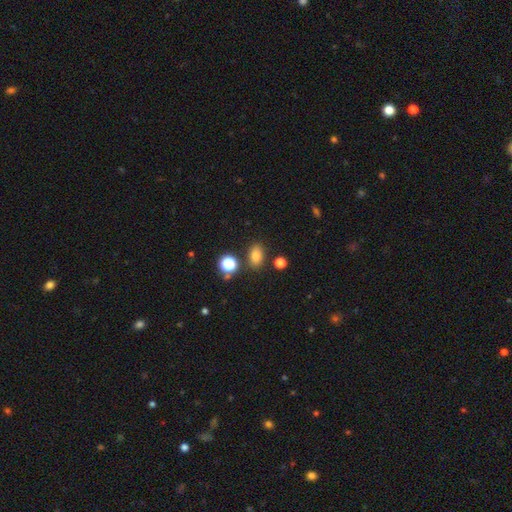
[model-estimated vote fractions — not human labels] smooth_or_featured: smooth (p=0.79) [alt: star or artifact p=0.15]
how_rounded: in between (p=0.76) [alt: round p=0.22]
merging: none (p=0.82) [alt: minor disturbance p=0.10]